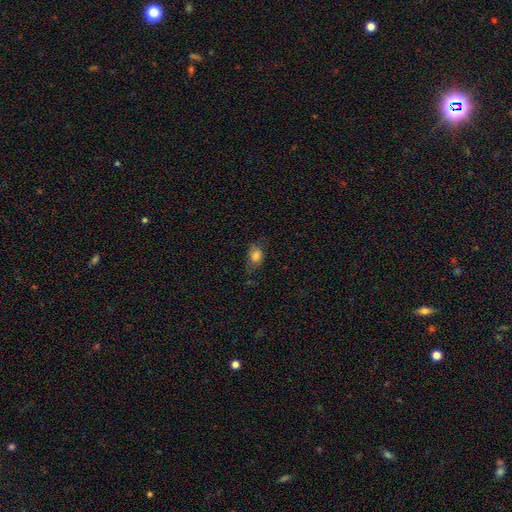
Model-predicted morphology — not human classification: smooth-or-featured: smooth: 78% | featured or disk: 11% | star or artifact: 11%
  how-rounded: in between: 78% | round: 19% | cigar-shaped: 3%
  merging: none: 55% | minor disturbance: 29% | major disturbance: 13% | merger: 2%